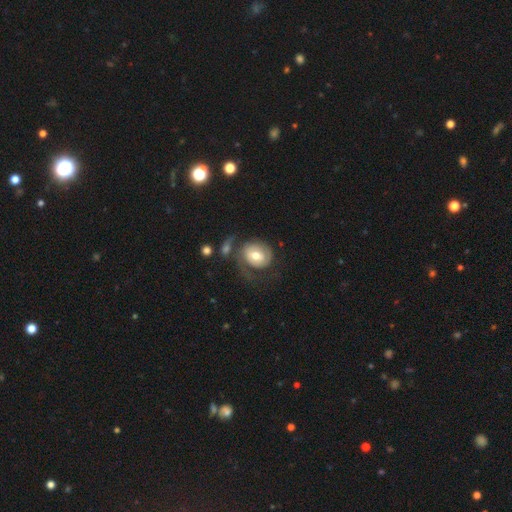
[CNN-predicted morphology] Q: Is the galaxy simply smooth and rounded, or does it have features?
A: featured or disk — 48%.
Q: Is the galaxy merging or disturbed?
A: none — 38%.